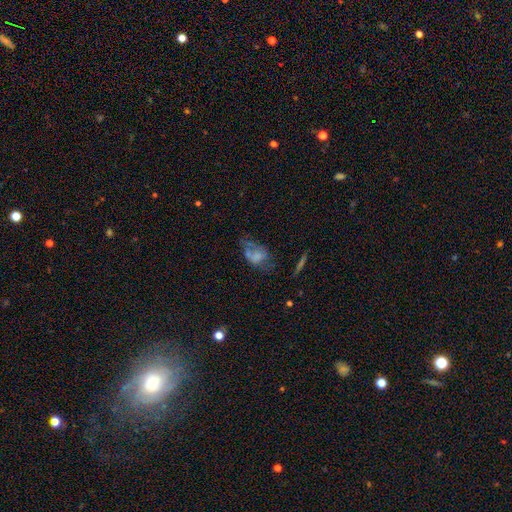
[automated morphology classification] A smooth galaxy with no disk features (51%) that is in between round and cigar-shaped (82%). Merging: major disturbance (34%).